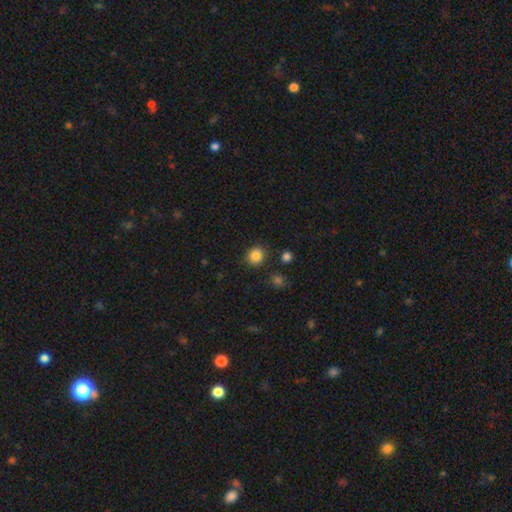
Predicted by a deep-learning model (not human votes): The model was most divided on "how rounded": round: 84%, in between: 15%, cigar-shaped: 1%. More confident: merging — none (86%); smooth or featured — smooth (85%).